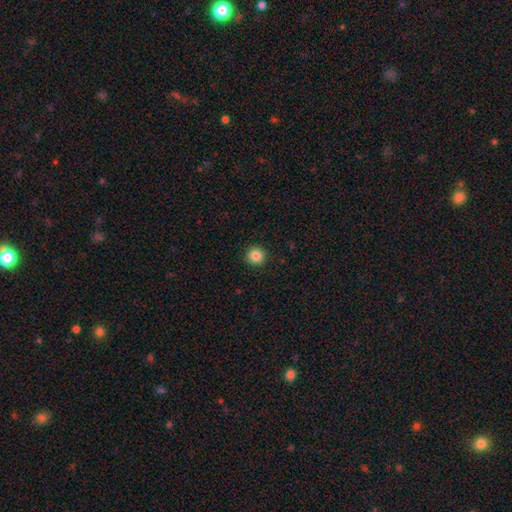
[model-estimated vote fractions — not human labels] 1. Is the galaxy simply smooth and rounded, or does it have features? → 85% smooth, 11% star or artifact, 4% featured or disk.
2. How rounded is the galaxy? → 95% round, 4% in between, 1% cigar-shaped.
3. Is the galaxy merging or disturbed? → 93% none, 4% minor disturbance, 2% major disturbance, 1% merger.